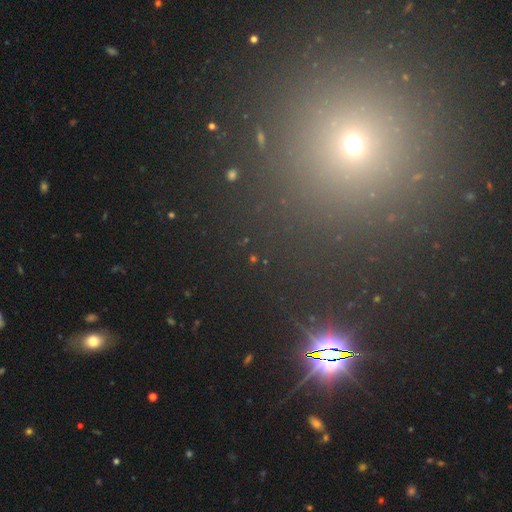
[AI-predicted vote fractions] Morphology: type=star or artifact (59%).